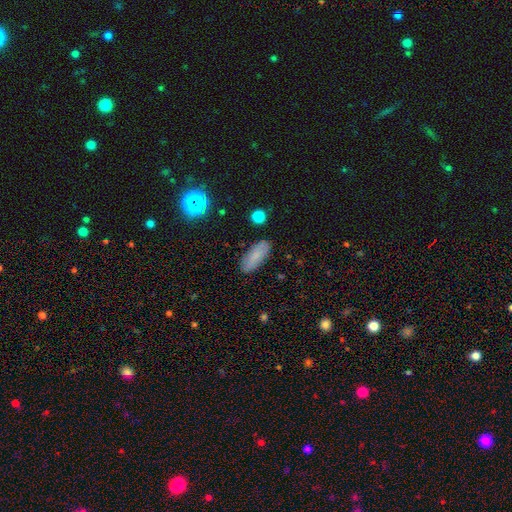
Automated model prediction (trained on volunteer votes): Smooth or featured: smooth — 78% (featured or disk — 13%)
How rounded: in between — 72% (cigar-shaped — 25%)
Merging: none — 85% (minor disturbance — 11%)